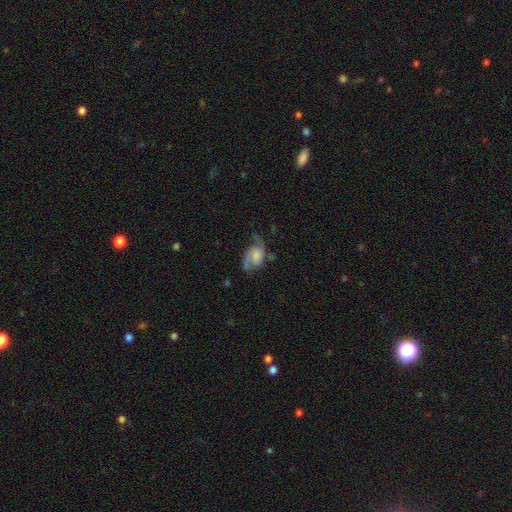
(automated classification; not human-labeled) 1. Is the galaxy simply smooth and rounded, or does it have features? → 62% featured or disk, 30% smooth, 8% star or artifact.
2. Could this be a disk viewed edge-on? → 96% no, 4% yes.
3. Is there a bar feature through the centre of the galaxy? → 66% no, 29% weak, 5% strong.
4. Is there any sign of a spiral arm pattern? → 88% yes, 12% no.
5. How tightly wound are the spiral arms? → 43% medium, 37% loose, 20% tight.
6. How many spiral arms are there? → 77% 2, 10% 1, 9% can't tell, 2% 3, 1% 4, 1% more than 4.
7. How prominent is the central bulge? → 29% small, 27% moderate, 23% none, 17% large, 4% dominant.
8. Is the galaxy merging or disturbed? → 48% none, 27% minor disturbance, 22% major disturbance, 3% merger.